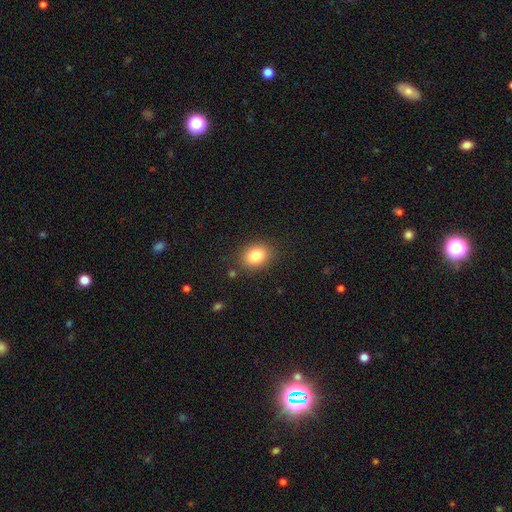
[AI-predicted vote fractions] smooth 84%, star or artifact 9%, featured or disk 7%. Down the decision tree: how rounded — in between (55%); merging — none (86%).